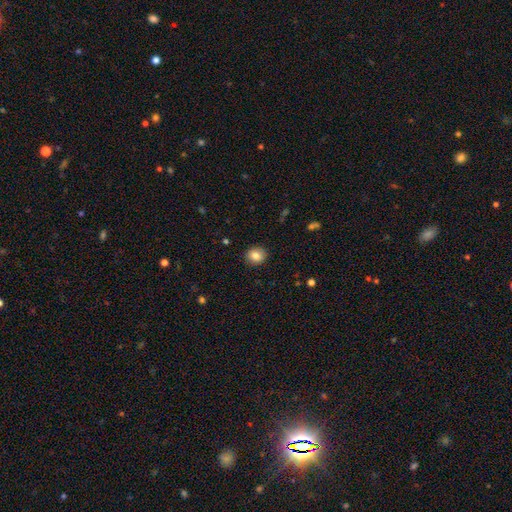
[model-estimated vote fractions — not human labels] Smooth or featured? Predicted: smooth (p=0.84). How rounded? Predicted: round (p=0.74). Merging? Predicted: none (p=0.90).